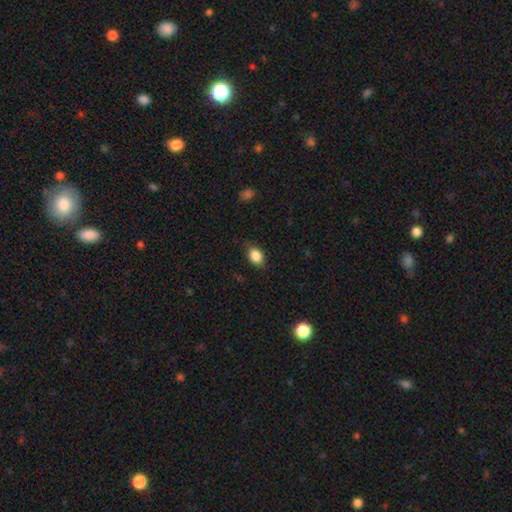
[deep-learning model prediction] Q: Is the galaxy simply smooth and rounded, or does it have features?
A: smooth — 86%.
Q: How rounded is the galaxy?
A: in between — 74%.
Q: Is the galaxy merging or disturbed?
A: none — 78%.